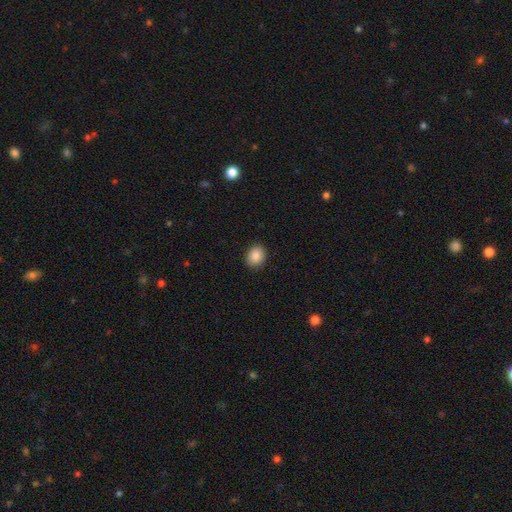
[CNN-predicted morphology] smooth 87%, star or artifact 9%, featured or disk 5%. Down the decision tree: how rounded — round (53%); merging — none (90%).